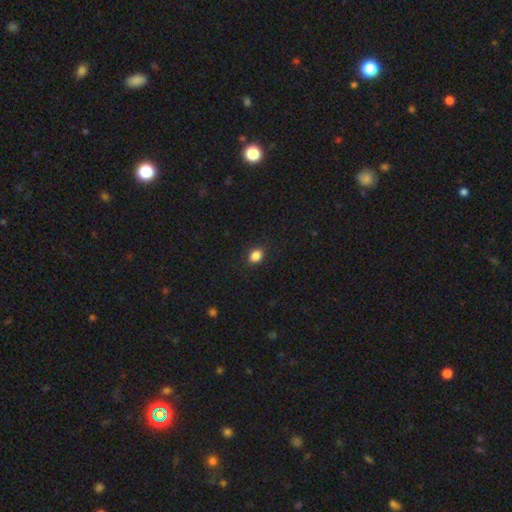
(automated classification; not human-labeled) Smooth or featured?
  - smooth: 87% *
  - star or artifact: 10%
  - featured or disk: 3%
How rounded?
  - in between: 67% *
  - round: 31%
  - cigar-shaped: 1%
Merging?
  - none: 89% *
  - minor disturbance: 8%
  - major disturbance: 2%
  - merger: 1%